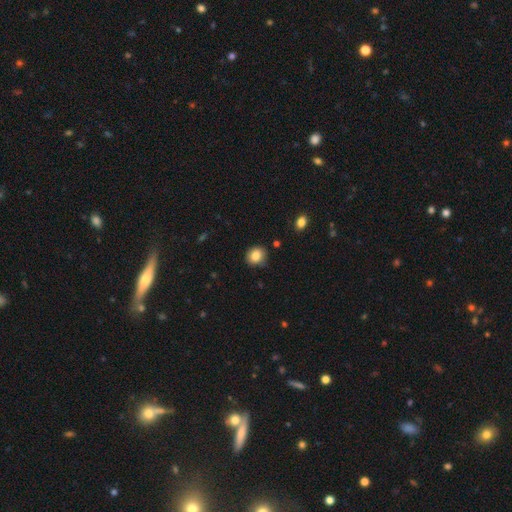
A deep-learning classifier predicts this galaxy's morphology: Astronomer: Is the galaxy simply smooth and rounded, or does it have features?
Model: smooth — 85%.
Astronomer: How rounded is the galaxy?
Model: round — 75%.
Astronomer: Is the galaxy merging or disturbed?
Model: none — 80%.